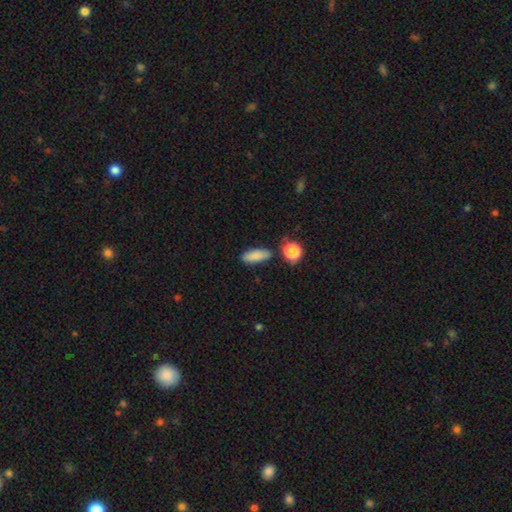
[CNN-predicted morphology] This appears to be a smooth galaxy with no disk features (85%) that is in between round and cigar-shaped (72%). Merging: none (79%).